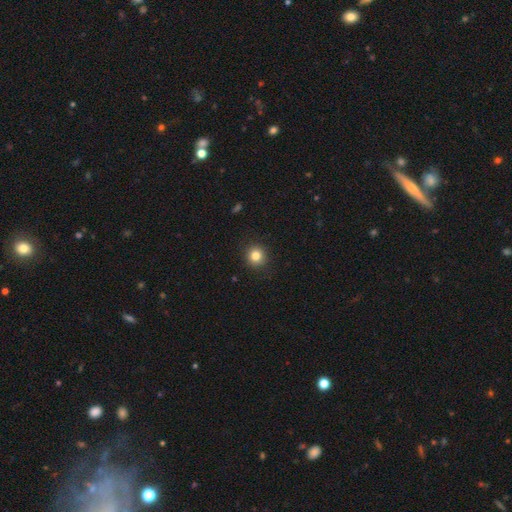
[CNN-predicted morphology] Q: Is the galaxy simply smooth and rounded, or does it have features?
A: smooth — 83%.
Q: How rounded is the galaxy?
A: round — 93%.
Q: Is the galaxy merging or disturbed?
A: none — 90%.